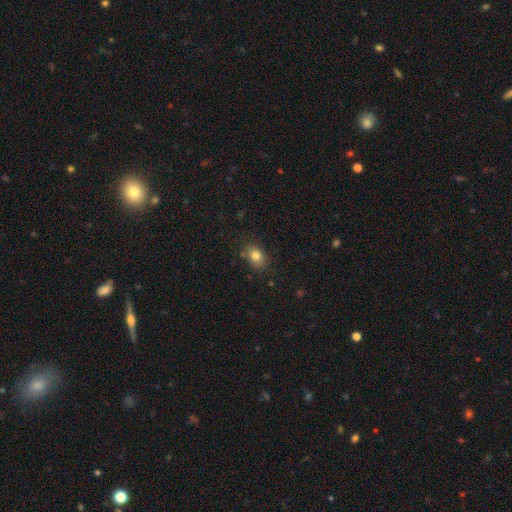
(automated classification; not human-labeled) This is clearly a smooth galaxy (81%). How rounded: likely in between (68%). Merging: clearly none (81%).